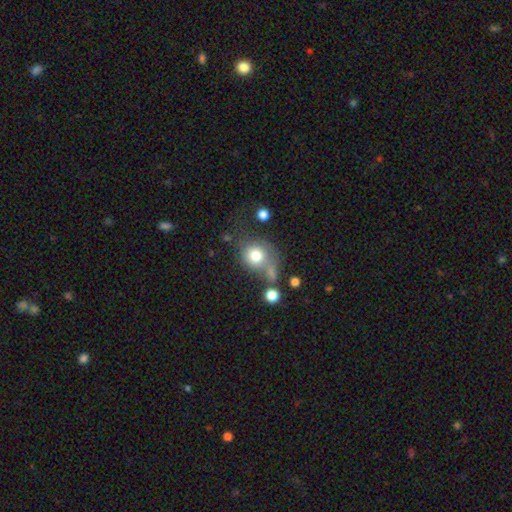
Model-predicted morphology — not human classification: A smooth galaxy with no disk features (77%) that is round (80%).

Vote fractions:
- Smooth or featured? smooth: 77% / featured or disk: 13% / star or artifact: 10%
- How rounded? round: 80% / in between: 19% / cigar-shaped: 1%
- Merging? none: 44% / merger: 24% / minor disturbance: 18% / major disturbance: 14%